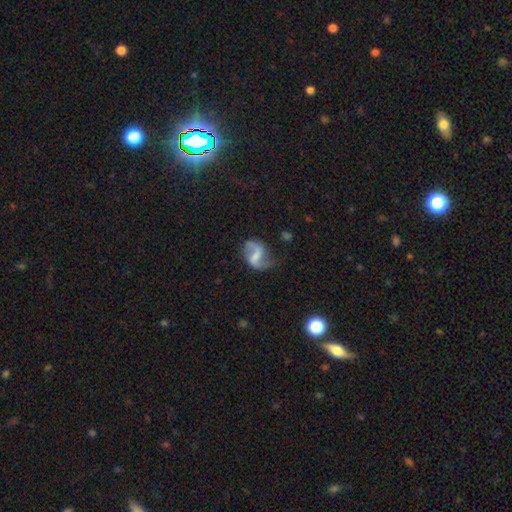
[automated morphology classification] type=featured or disk (74%); edge-on=no (98%); bar=weak (49%); spiral arms=yes (92%); winding=loose (63%); arm count=2 (86%); bulge=none (37%); merging=none (59%).